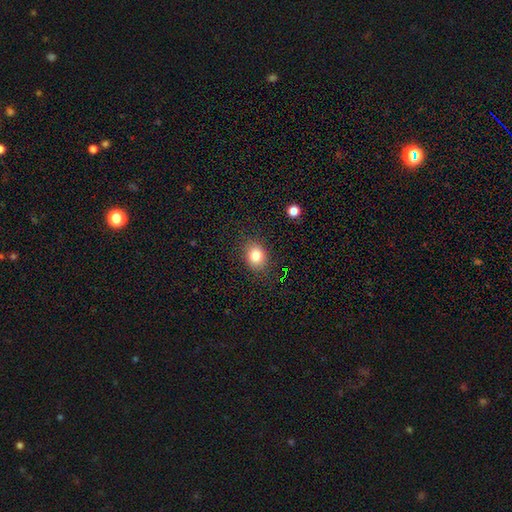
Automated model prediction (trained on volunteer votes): Smooth or featured? Predicted: smooth (p=0.83). How rounded? Predicted: round (p=0.54). Merging? Predicted: none (p=0.85).